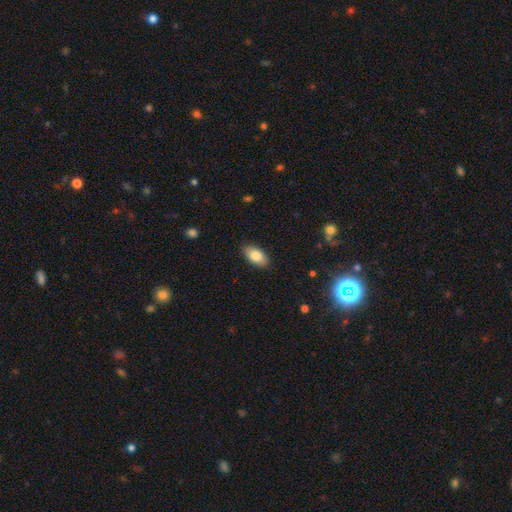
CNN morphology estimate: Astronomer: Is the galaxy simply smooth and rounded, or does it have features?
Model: smooth — 83%.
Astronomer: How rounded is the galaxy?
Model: in between — 93%.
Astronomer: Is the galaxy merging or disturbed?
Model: none — 87%.